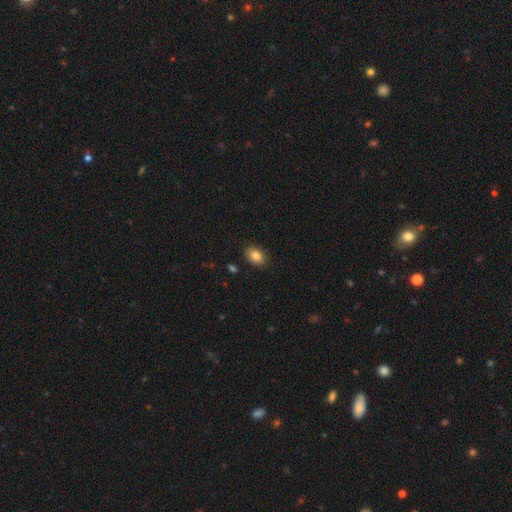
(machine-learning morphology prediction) A smooth galaxy with no disk features (84%) that is in between round and cigar-shaped (76%).

Vote fractions:
- Smooth or featured? smooth: 84% / star or artifact: 9% / featured or disk: 7%
- How rounded? in between: 76% / round: 23% / cigar-shaped: 1%
- Merging? none: 87% / minor disturbance: 9% / major disturbance: 2% / merger: 1%